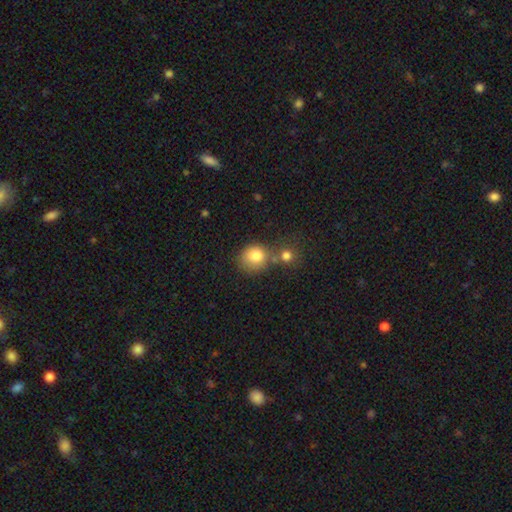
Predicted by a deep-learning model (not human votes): Smooth or featured? smooth (82%)
How rounded? round (79%)
Merging? none (49%)